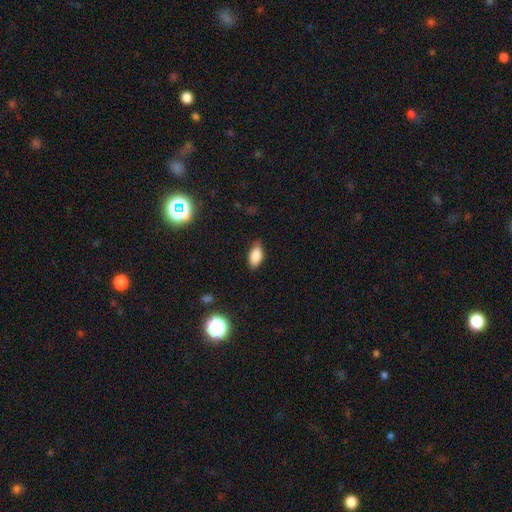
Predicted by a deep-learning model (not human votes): Smooth or featured? smooth (85%)
How rounded? in between (91%)
Merging? none (79%)